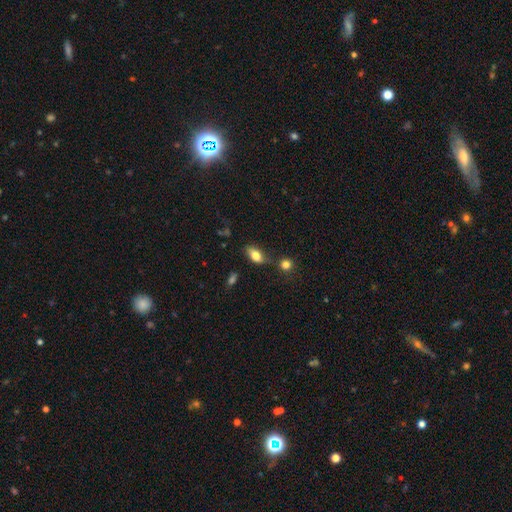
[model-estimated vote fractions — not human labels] Smooth or featured? Predicted: smooth (p=0.77). How rounded? Predicted: in between (p=0.86). Merging? Predicted: none (p=0.64).